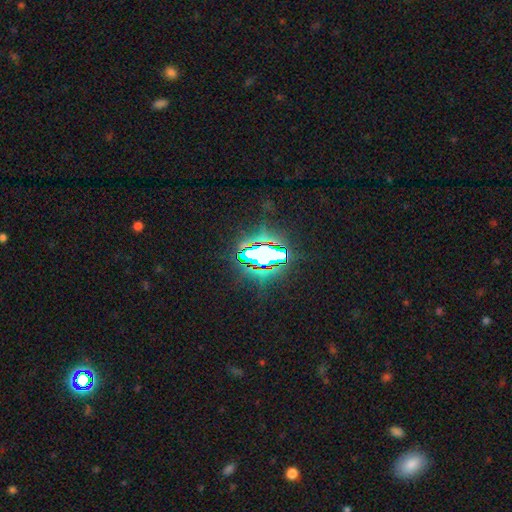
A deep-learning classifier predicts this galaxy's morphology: smooth_or_featured: star or artifact (p=0.70) [alt: smooth p=0.16]